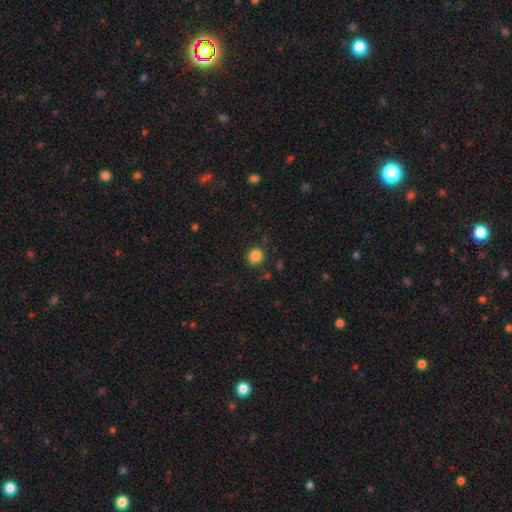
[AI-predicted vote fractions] Smooth or featured: smooth — 85% (star or artifact — 11%)
How rounded: round — 86% (in between — 13%)
Merging: none — 87% (minor disturbance — 8%)